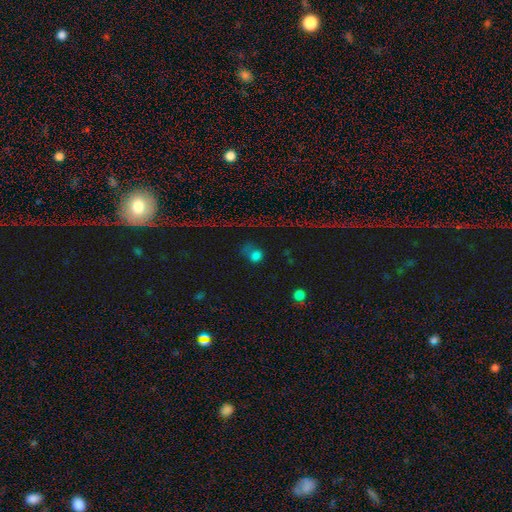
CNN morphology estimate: Overall: smooth (65%; star or artifact 26%). How rounded: round (76%). Merging: none (55%; minor disturbance 18%).